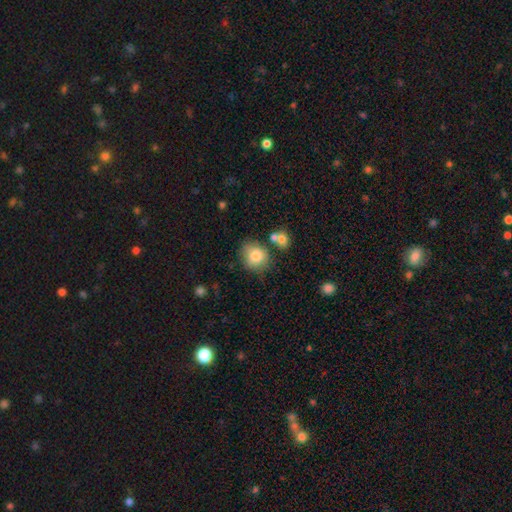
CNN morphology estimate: Overall: smooth (82%). How rounded: round (72%). Merging: none (67%).